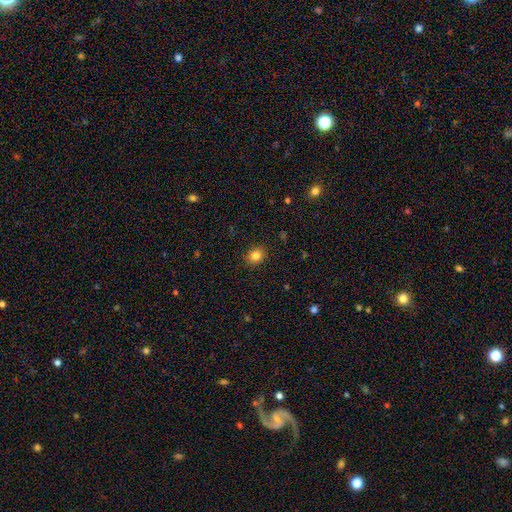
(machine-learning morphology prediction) Smooth or featured: smooth — 83% (star or artifact — 11%)
How rounded: round — 65% (in between — 34%)
Merging: none — 89% (minor disturbance — 8%)